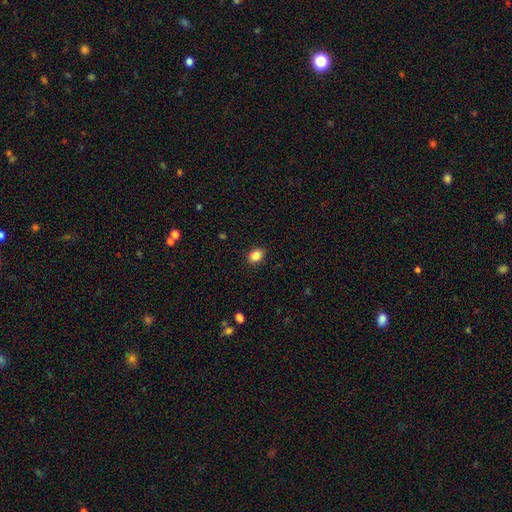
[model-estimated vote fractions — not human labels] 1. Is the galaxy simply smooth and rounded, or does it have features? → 86% smooth, 10% star or artifact, 4% featured or disk.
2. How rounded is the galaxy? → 53% in between, 46% round, 1% cigar-shaped.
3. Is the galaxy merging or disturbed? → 88% none, 9% minor disturbance, 2% major disturbance, 1% merger.